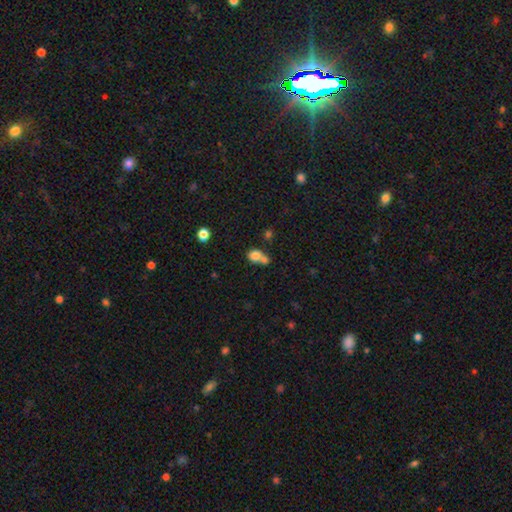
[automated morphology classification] This appears to be a smooth galaxy with no disk features (78%) that is round (66%). Merging: merger (55%).